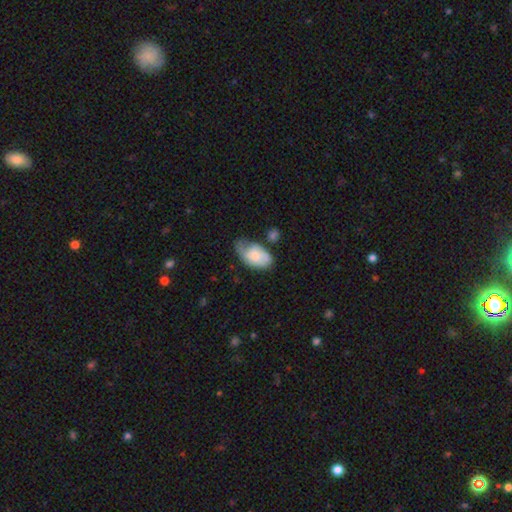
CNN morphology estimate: A smooth galaxy with no disk features (61%) that is in between round and cigar-shaped (91%).

Vote fractions:
- Smooth or featured? smooth: 61% / featured or disk: 33% / star or artifact: 6%
- How rounded? in between: 91% / round: 8% / cigar-shaped: 2%
- Merging? minor disturbance: 39% / none: 31% / major disturbance: 21% / merger: 9%